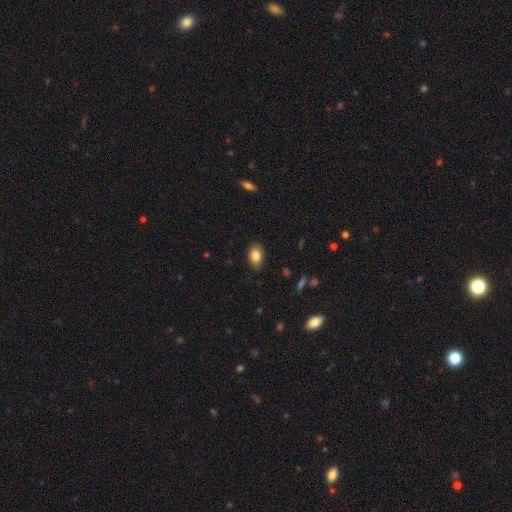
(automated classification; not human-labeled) This appears to be a smooth galaxy with no disk features (84%) that is in between round and cigar-shaped (85%). Merging: none (84%).